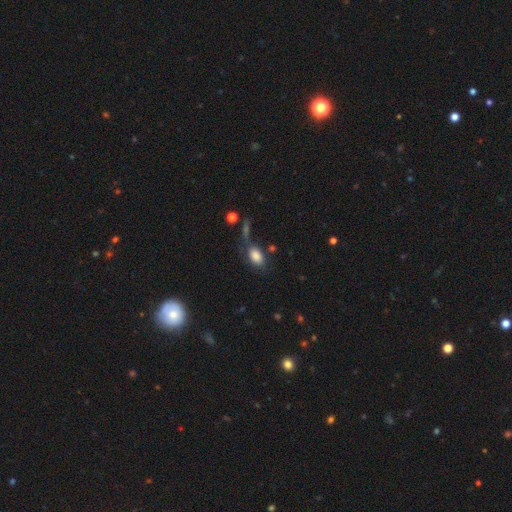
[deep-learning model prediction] This appears to be a smooth galaxy with no disk features (84%) that is in between round and cigar-shaped (89%). Merging: none (61%).